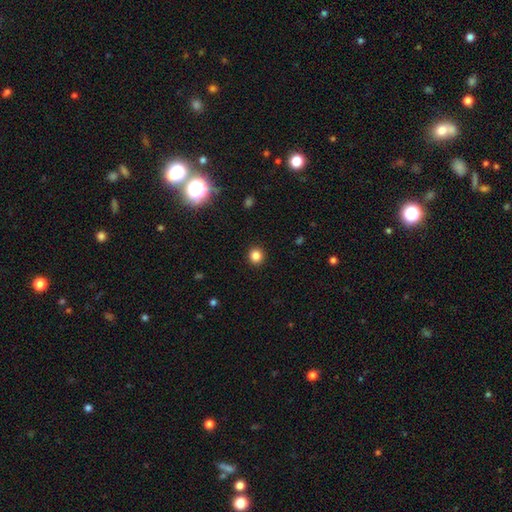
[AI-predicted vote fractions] smooth_or_featured: smooth (p=0.84) [alt: star or artifact p=0.12]
how_rounded: round (p=0.92) [alt: in between p=0.07]
merging: none (p=0.93) [alt: minor disturbance p=0.05]